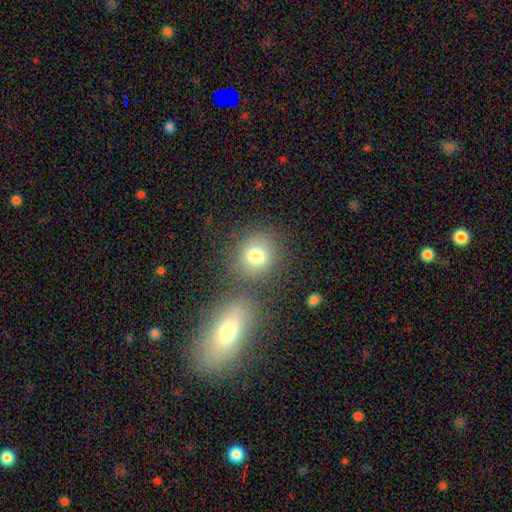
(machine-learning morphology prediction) Q: Smooth or featured?
A: smooth (77%); runner-up: star or artifact (12%)
Q: How rounded?
A: round (72%); runner-up: in between (27%)
Q: Merging?
A: none (65%); runner-up: merger (18%)